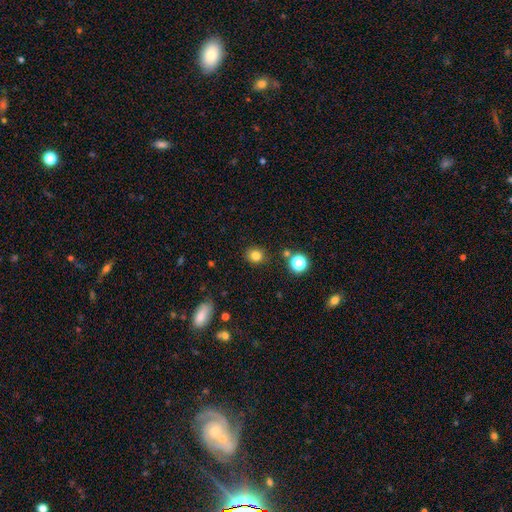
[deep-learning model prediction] smooth 80%, star or artifact 14%, featured or disk 6%. Down the decision tree: how rounded — round (79%); merging — none (87%).